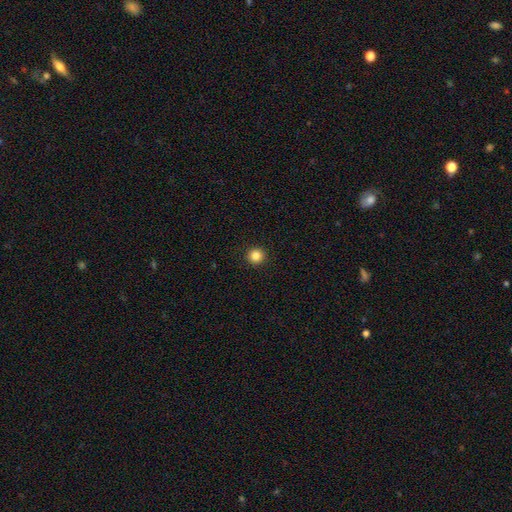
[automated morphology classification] Smooth or featured?
  - smooth: 85% *
  - star or artifact: 11%
  - featured or disk: 4%
How rounded?
  - round: 96% *
  - in between: 4%
  - cigar-shaped: 1%
Merging?
  - none: 94% *
  - minor disturbance: 4%
  - major disturbance: 2%
  - merger: 1%